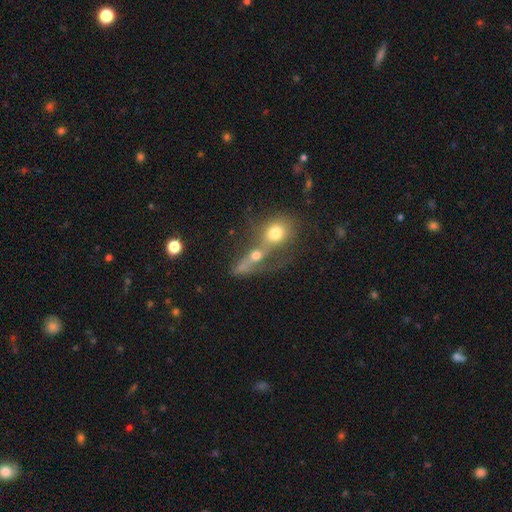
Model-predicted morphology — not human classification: Smooth or featured?
  - smooth: 58% *
  - featured or disk: 28%
  - star or artifact: 14%
How rounded?
  - in between: 47% *
  - round: 42%
  - cigar-shaped: 11%
Merging?
  - merger: 69% *
  - none: 16%
  - major disturbance: 8%
  - minor disturbance: 6%